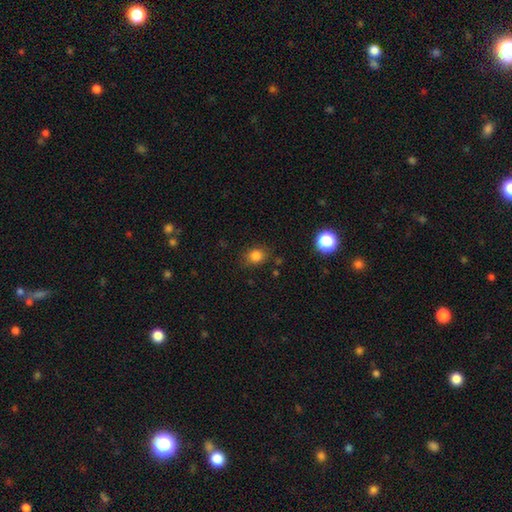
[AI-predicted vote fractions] A smooth galaxy with no disk features (82%) that is round (58%). Merging: none (80%).